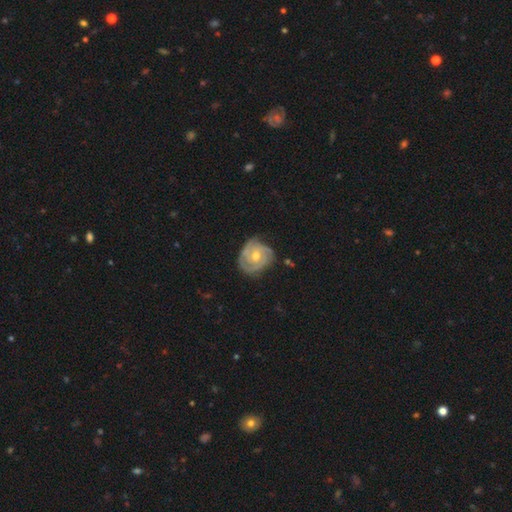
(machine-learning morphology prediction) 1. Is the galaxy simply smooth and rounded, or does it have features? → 83% featured or disk, 12% smooth, 5% star or artifact.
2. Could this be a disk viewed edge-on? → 98% no, 2% yes.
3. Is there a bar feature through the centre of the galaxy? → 72% no, 22% weak, 5% strong.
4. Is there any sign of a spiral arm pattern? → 95% yes, 5% no.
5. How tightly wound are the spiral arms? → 68% tight, 26% medium, 5% loose.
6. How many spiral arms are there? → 39% 3, 32% 2, 16% can't tell, 6% 4, 4% 1, 4% more than 4.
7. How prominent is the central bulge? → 69% moderate, 27% small, 2% large, 1% none, 1% dominant.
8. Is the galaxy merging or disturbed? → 70% none, 23% minor disturbance, 6% major disturbance, 2% merger.